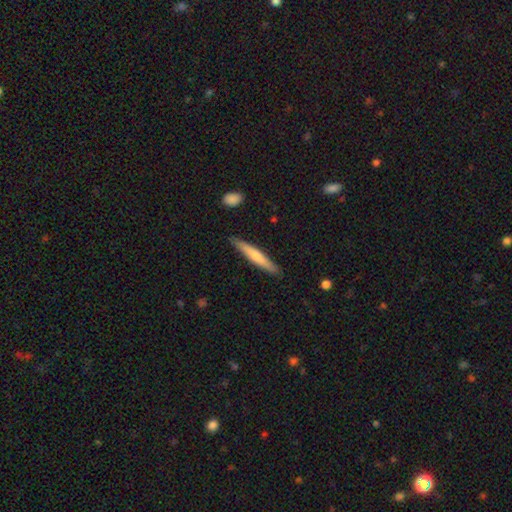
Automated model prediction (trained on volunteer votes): Smooth or featured?
  - smooth: 60% *
  - featured or disk: 35%
  - star or artifact: 5%
How rounded?
  - cigar-shaped: 93% *
  - in between: 5%
  - round: 1%
Merging?
  - none: 87% *
  - minor disturbance: 10%
  - major disturbance: 2%
  - merger: 1%